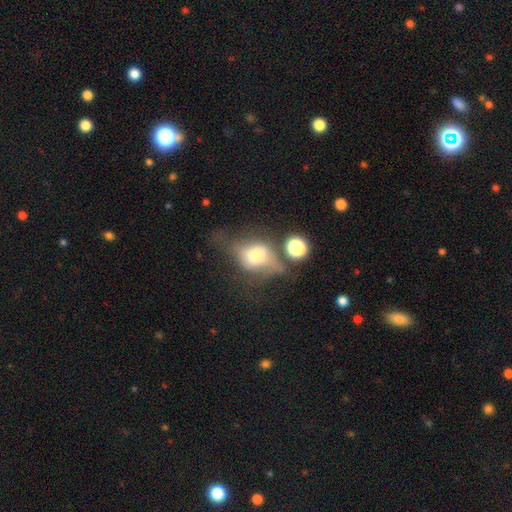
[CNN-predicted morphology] This is possibly a smooth galaxy (51%). How rounded: likely in between (62%). Merging: marginally major disturbance (37%).